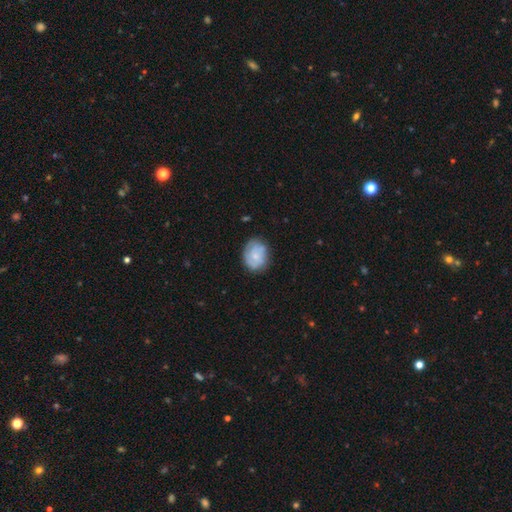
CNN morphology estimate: The model was most divided on "how rounded": in between: 52%, round: 47%, cigar-shaped: 1%. More confident: merging — none (72%); smooth or featured — smooth (51%).